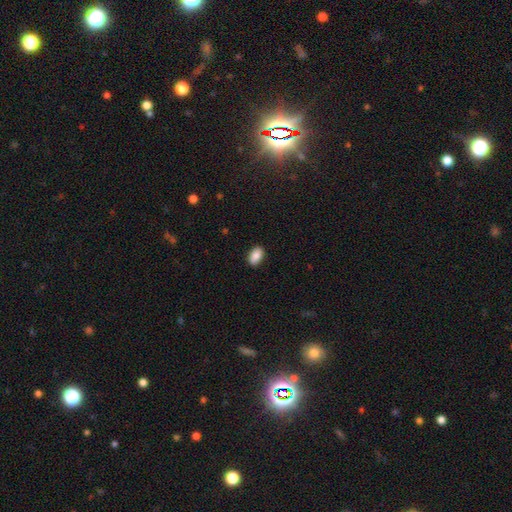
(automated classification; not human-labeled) Smooth or featured? smooth (86%)
How rounded? in between (91%)
Merging? none (87%)